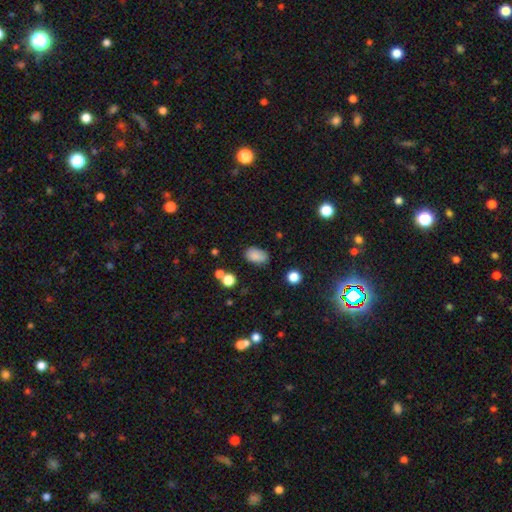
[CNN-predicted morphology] This is clearly a smooth galaxy (86%). How rounded: clearly in between (88%). Merging: likely none (77%).